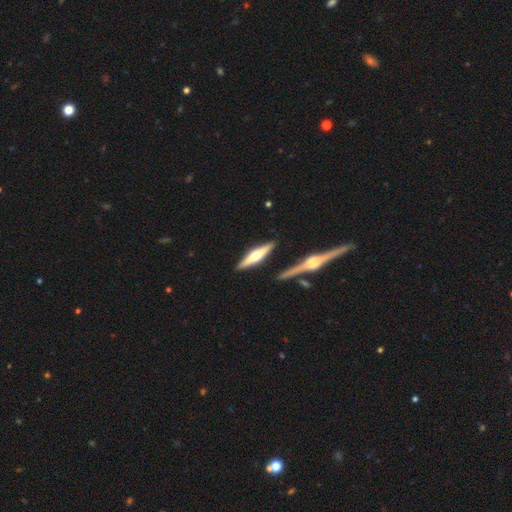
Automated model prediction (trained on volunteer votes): This is likely a featured or disk galaxy (62%). It is clearly viewed edge-on (96%). Edge-on bulge: clearly rounded (92%). Merging: clearly none (85%).